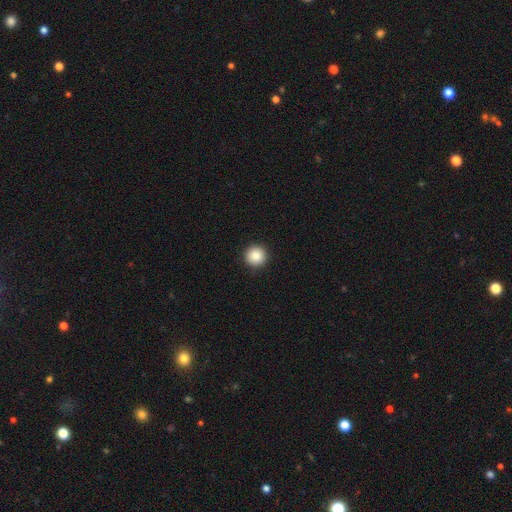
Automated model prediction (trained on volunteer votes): A smooth galaxy with no disk features (85%) that is round (96%).

Vote fractions:
- Smooth or featured? smooth: 85% / star or artifact: 9% / featured or disk: 6%
- How rounded? round: 96% / in between: 3% / cigar-shaped: 1%
- Merging? none: 93% / minor disturbance: 4% / major disturbance: 2% / merger: 1%